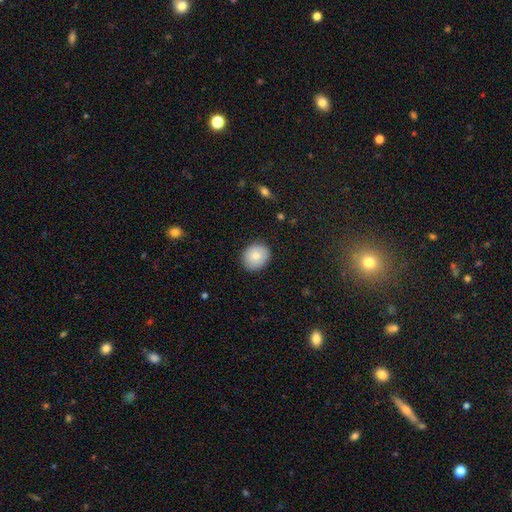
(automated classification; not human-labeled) Smooth or featured? Predicted: smooth (p=0.81). How rounded? Predicted: round (p=0.72). Merging? Predicted: none (p=0.88).